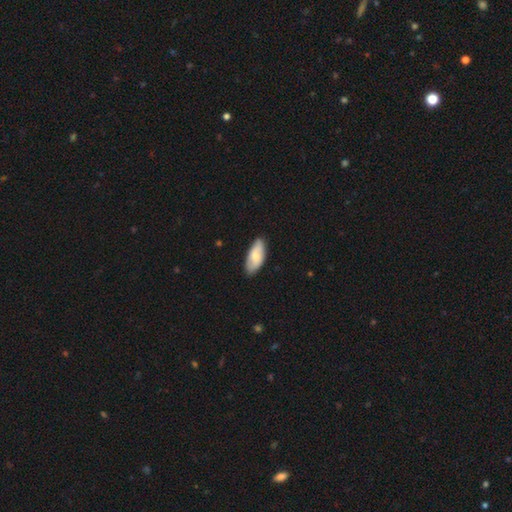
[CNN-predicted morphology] Smooth or featured: smooth — 72% (featured or disk — 23%)
How rounded: in between — 89% (cigar-shaped — 9%)
Merging: none — 80% (minor disturbance — 17%)